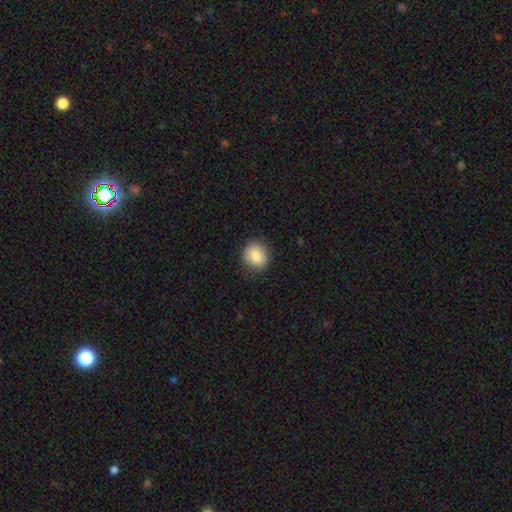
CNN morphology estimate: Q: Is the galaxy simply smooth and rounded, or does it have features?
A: smooth — 85%.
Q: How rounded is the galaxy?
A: round — 70%.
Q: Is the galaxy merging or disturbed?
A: none — 83%.